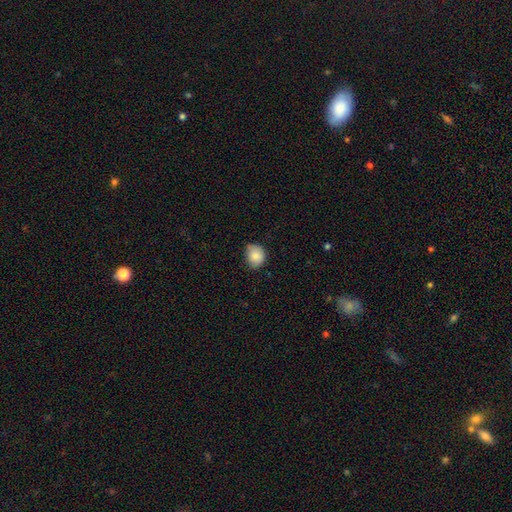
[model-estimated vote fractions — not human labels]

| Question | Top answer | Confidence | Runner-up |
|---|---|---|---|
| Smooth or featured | smooth | 85% | star or artifact (8%) |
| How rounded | round | 64% | in between (35%) |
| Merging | none | 67% | minor disturbance (28%) |